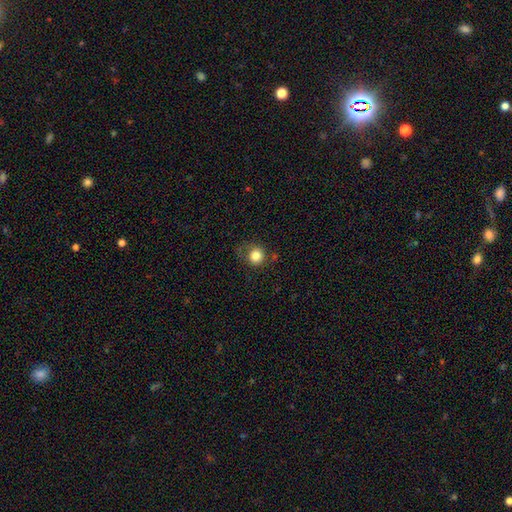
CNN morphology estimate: A smooth galaxy with no disk features (83%) that is round (87%).

Vote fractions:
- Smooth or featured? smooth: 83% / star or artifact: 10% / featured or disk: 7%
- How rounded? round: 87% / in between: 12% / cigar-shaped: 1%
- Merging? none: 63% / minor disturbance: 22% / major disturbance: 11% / merger: 4%